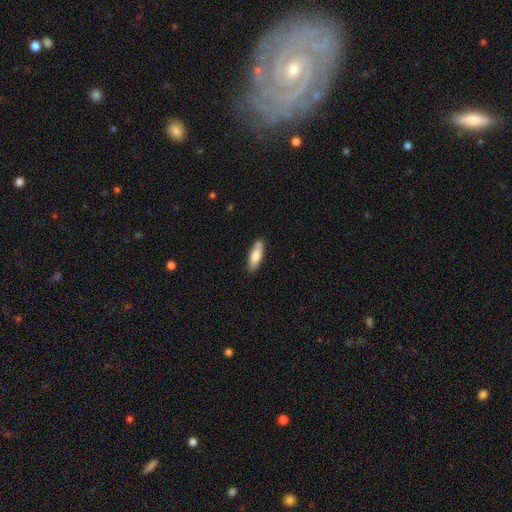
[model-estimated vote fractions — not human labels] Smooth or featured: smooth — 77% (featured or disk — 17%)
How rounded: cigar-shaped — 50% (in between — 48%)
Merging: none — 80% (minor disturbance — 15%)